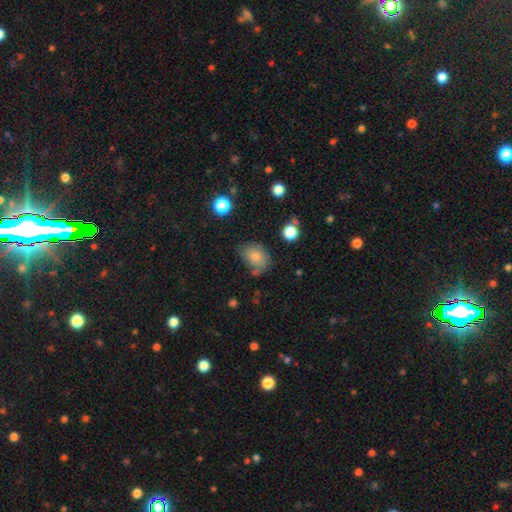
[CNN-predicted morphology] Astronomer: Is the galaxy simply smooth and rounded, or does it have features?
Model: smooth — 79%.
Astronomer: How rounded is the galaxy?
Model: in between — 72%.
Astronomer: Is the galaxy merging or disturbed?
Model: none — 50% (runner-up: minor disturbance, 29%).